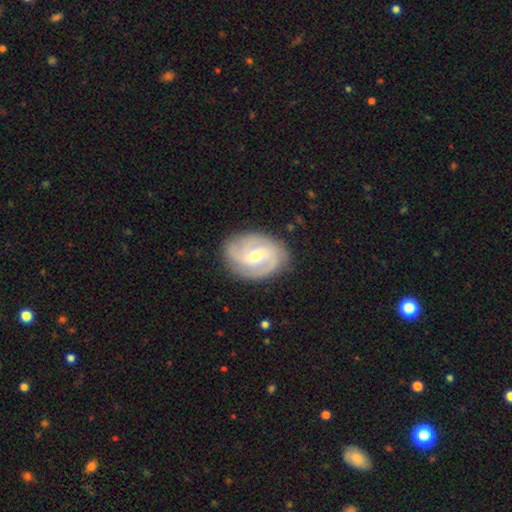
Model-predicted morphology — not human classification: Smooth or featured?
  - featured or disk: 85% *
  - smooth: 10%
  - star or artifact: 5%
Edge-on disk?
  - no: 97% *
  - yes: 3%
Bar?
  - weak: 51% *
  - no: 30%
  - strong: 19%
Spiral arms?
  - yes: 96% *
  - no: 4%
Spiral winding?
  - medium: 44% *
  - tight: 42%
  - loose: 14%
Spiral arm count?
  - 2: 39% *
  - 3: 34%
  - can't tell: 13%
  - 4: 6%
  - 1: 4%
  - more than 4: 4%
Bulge size?
  - moderate: 51% *
  - small: 46%
  - large: 2%
  - none: 1%
  - dominant: 1%
Merging?
  - none: 82% *
  - minor disturbance: 13%
  - major disturbance: 4%
  - merger: 1%